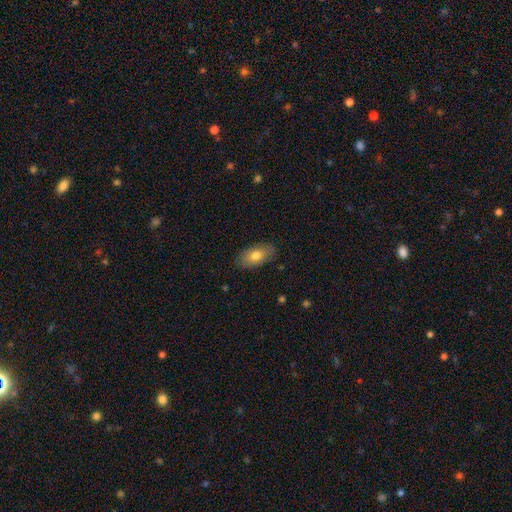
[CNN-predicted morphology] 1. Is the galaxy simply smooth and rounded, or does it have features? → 76% smooth, 17% featured or disk, 7% star or artifact.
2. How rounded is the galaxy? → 91% in between, 5% cigar-shaped, 4% round.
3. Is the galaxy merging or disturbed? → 86% none, 11% minor disturbance, 2% major disturbance, 1% merger.